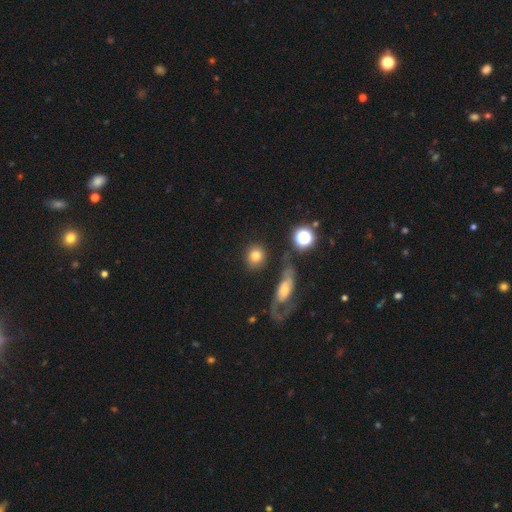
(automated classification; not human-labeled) This is likely a smooth galaxy (77%). How rounded: clearly round (85%). Merging: likely none (79%).